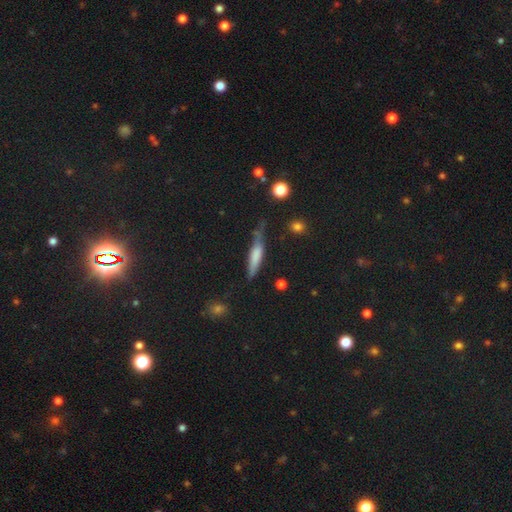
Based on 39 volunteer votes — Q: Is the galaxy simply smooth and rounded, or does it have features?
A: smooth — 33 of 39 (85%).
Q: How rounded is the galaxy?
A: cigar-shaped — 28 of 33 (85%).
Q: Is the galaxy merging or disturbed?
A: minor disturbance — 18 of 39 (46%).